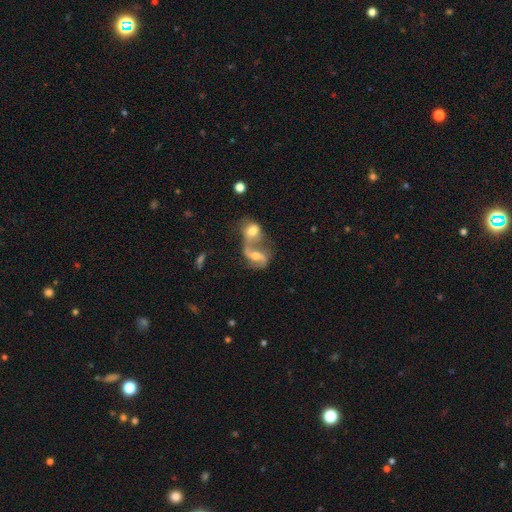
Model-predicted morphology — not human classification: Smooth or featured?
  - featured or disk: 77% *
  - smooth: 15%
  - star or artifact: 8%
Edge-on disk?
  - no: 97% *
  - yes: 3%
Bar?
  - weak: 43% *
  - no: 32%
  - strong: 25%
Spiral arms?
  - yes: 91% *
  - no: 9%
Spiral winding?
  - loose: 59% *
  - medium: 34%
  - tight: 7%
Spiral arm count?
  - 2: 87% *
  - 1: 6%
  - can't tell: 4%
  - 3: 1%
  - 4: 1%
  - more than 4: 1%
Bulge size?
  - moderate: 57% *
  - small: 32%
  - large: 6%
  - none: 4%
  - dominant: 1%
Merging?
  - merger: 66% *
  - none: 21%
  - minor disturbance: 7%
  - major disturbance: 7%